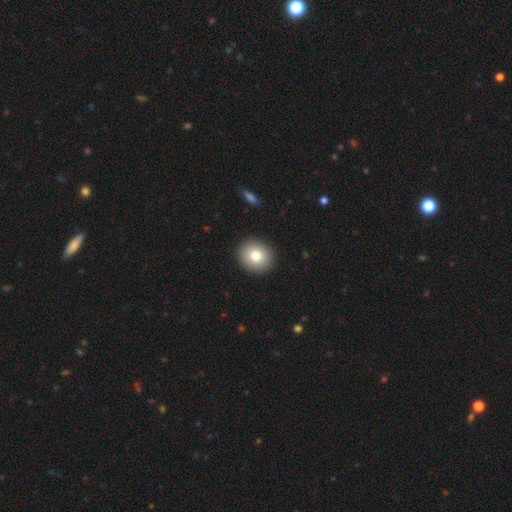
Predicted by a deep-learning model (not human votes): This is clearly a smooth galaxy (80%). How rounded: clearly round (81%). Merging: clearly none (91%).